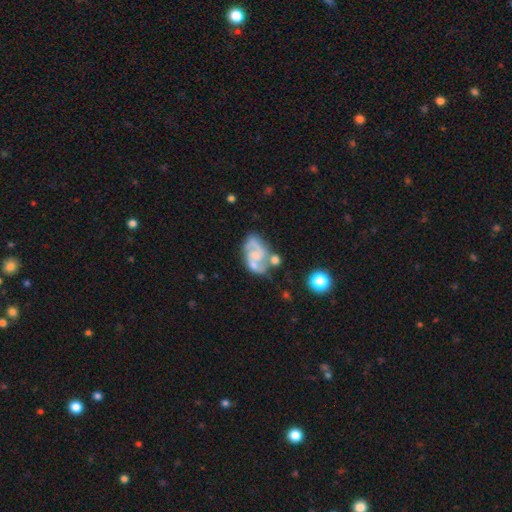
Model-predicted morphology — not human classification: Overall: featured or disk (79%). Edge-on disk: no (98%). Bar: no (52%; weak 38%). Spiral arms: yes (89%). Spiral arm count: 2 (81%). Spiral winding: medium (52%; loose 27%). Bulge size: small (41%; none 32%). Merging: none (45%; merger 21%).